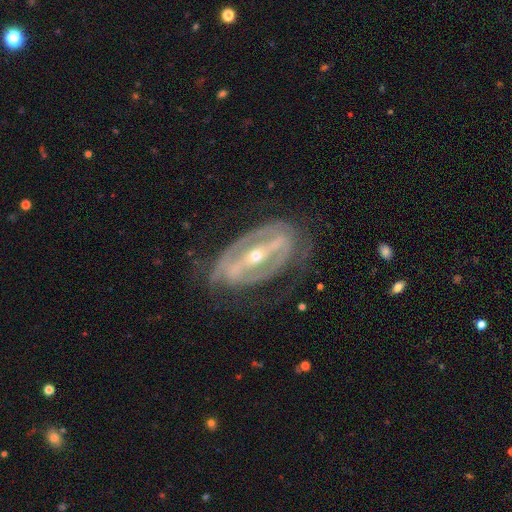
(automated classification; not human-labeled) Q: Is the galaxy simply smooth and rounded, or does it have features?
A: featured or disk — 88%.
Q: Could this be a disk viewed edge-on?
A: no — 88%.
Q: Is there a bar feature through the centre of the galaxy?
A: strong — 78%.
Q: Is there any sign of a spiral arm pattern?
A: yes — 76%.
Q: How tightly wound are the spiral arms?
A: tight — 51%.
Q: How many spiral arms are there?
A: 2 — 61%.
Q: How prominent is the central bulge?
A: small — 62%.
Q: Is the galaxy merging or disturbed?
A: none — 68%.